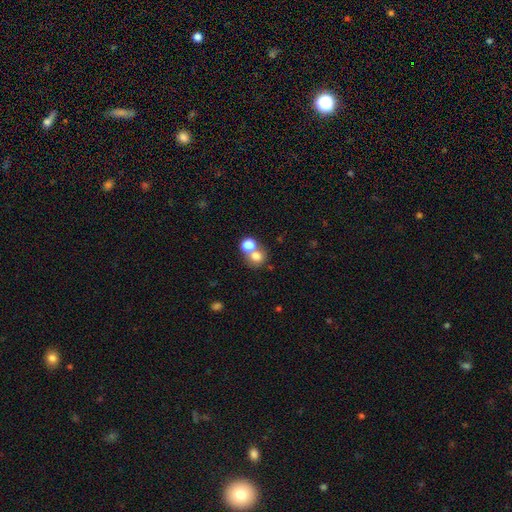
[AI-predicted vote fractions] Smooth or featured: smooth — 74% (star or artifact — 15%)
How rounded: round — 81% (in between — 18%)
Merging: none — 47% (merger — 42%)